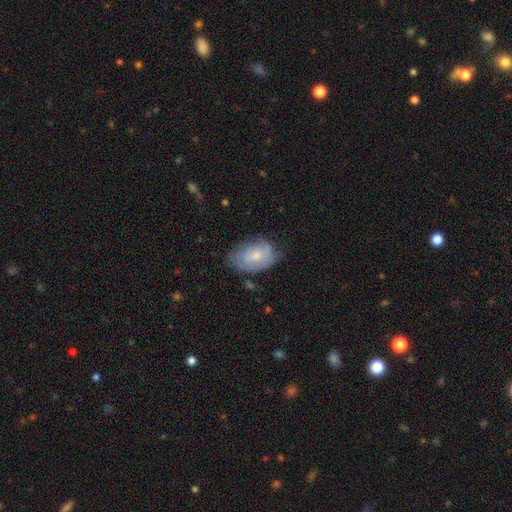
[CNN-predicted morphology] Q: Smooth or featured?
A: smooth (55%); runner-up: featured or disk (38%)
Q: How rounded?
A: in between (88%); runner-up: round (11%)
Q: Merging?
A: none (58%); runner-up: minor disturbance (31%)